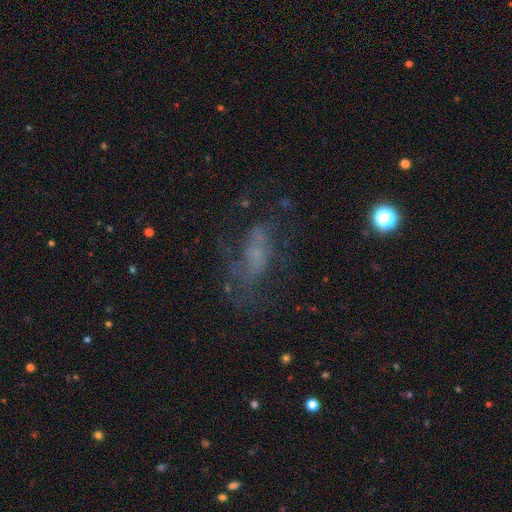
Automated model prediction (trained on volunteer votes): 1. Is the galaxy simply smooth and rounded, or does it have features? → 50% featured or disk, 31% smooth, 19% star or artifact.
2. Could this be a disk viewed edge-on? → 91% no, 9% yes.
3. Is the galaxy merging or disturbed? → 47% none, 29% major disturbance, 21% minor disturbance, 3% merger.